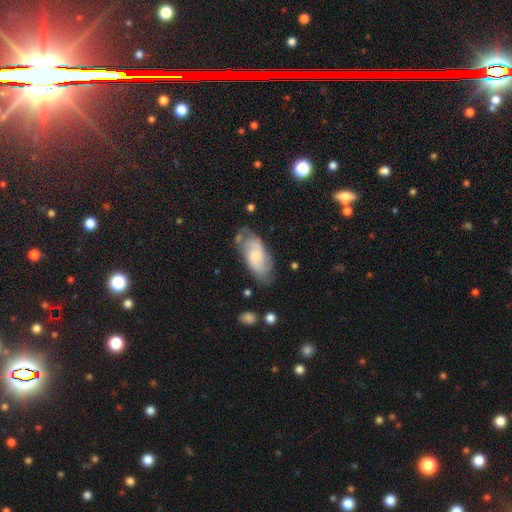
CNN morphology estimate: This appears to be a featured or disk galaxy (49%). Merging: none (62%).